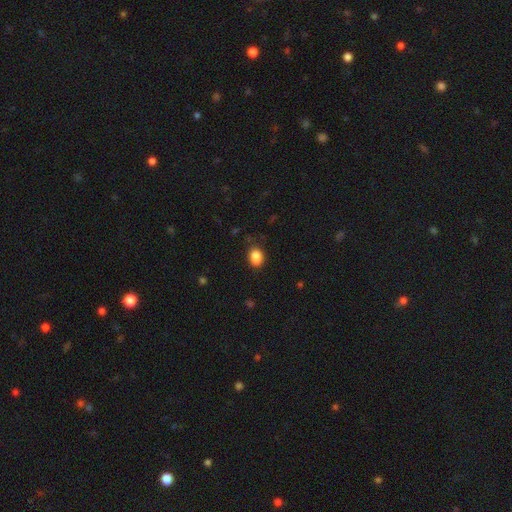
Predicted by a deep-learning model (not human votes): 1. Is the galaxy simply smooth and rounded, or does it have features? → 88% smooth, 9% star or artifact, 3% featured or disk.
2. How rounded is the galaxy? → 70% in between, 29% round, 1% cigar-shaped.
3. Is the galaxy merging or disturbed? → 81% none, 15% minor disturbance, 3% major disturbance, 1% merger.